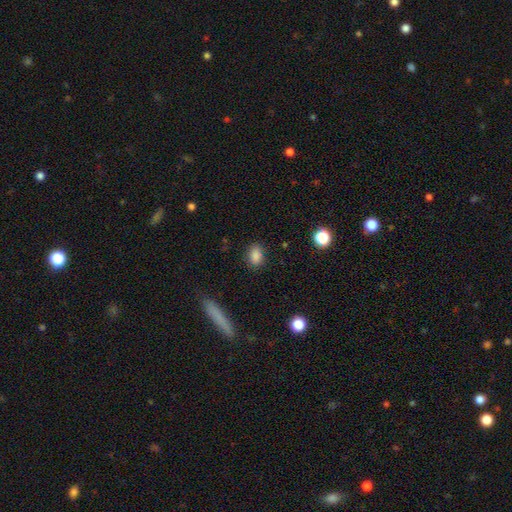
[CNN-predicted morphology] Overall: smooth (84%). How rounded: in between (79%). Merging: none (82%).